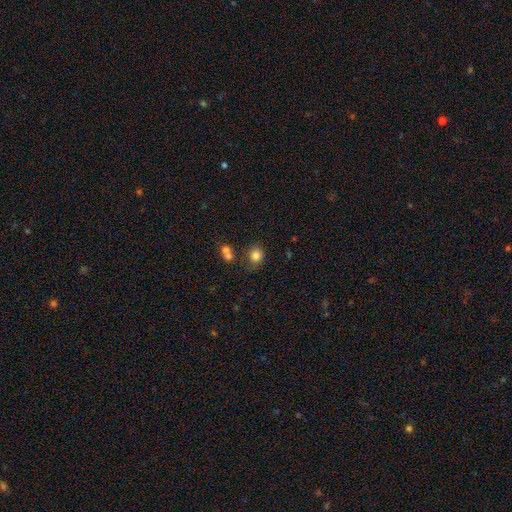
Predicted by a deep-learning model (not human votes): Overall: smooth (82%). How rounded: round (72%). Merging: none (67%).